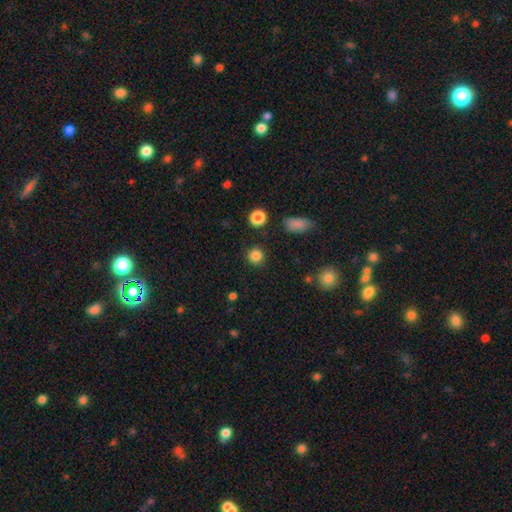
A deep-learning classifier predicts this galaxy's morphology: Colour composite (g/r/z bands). It shows a smooth galaxy with no disk features (84%) that is round (92%). Merging: none (90%).